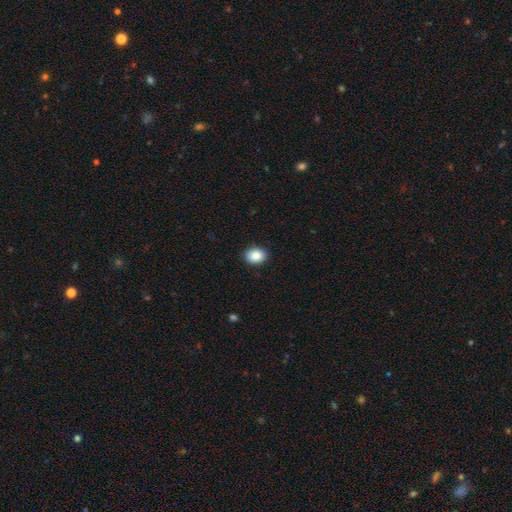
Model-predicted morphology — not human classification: type=smooth (88%); roundness=in between (61%); merging=none (89%).